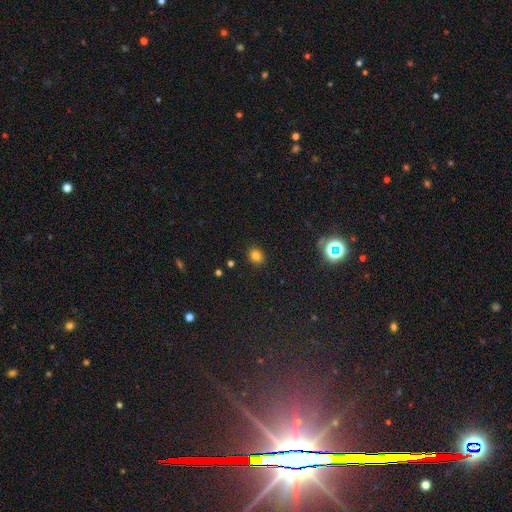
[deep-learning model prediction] Smooth or featured: smooth — 81% (star or artifact — 14%)
How rounded: round — 63% (in between — 36%)
Merging: none — 89% (minor disturbance — 8%)